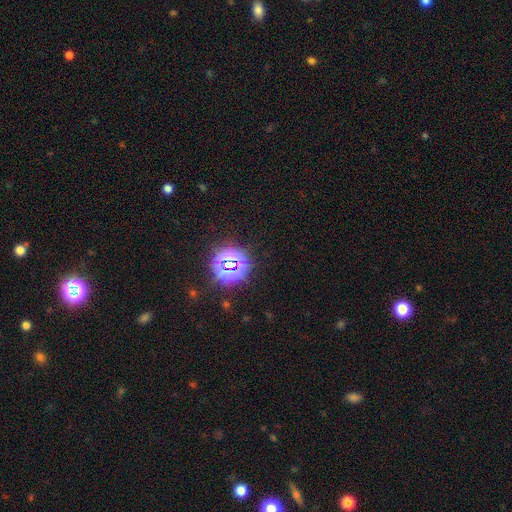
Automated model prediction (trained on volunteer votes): This appears to be a star or artifact, not a galaxy (77%).